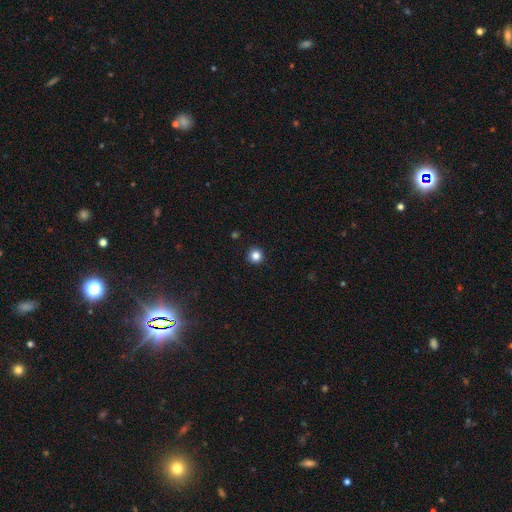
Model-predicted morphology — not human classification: This appears to be a smooth galaxy with no disk features (84%) that is round (96%). Merging: none (93%).